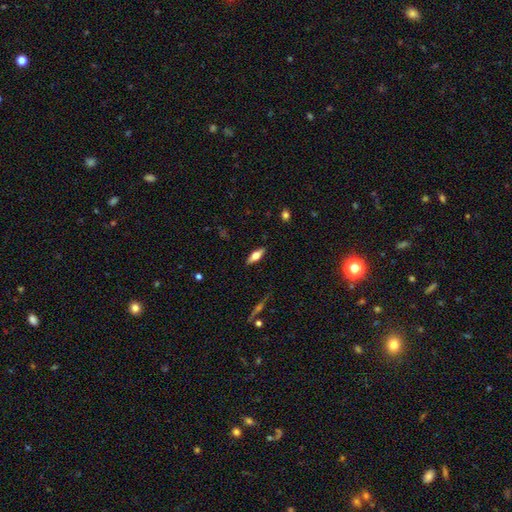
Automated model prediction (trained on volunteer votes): smooth 52%, featured or disk 41%, star or artifact 7%. Down the decision tree: how rounded — in between (59%); merging — none (88%).